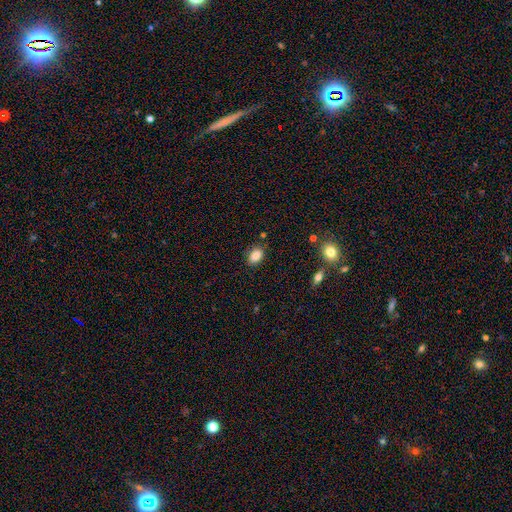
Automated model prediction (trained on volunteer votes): Smooth or featured: smooth — 86% (star or artifact — 9%)
How rounded: in between — 82% (round — 17%)
Merging: none — 81% (minor disturbance — 13%)